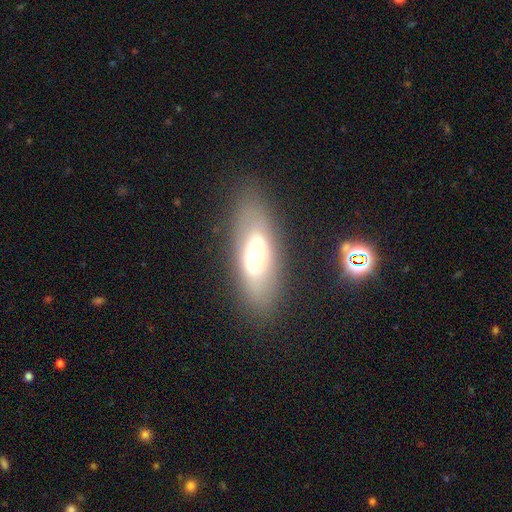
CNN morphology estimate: This is possibly a featured or disk galaxy (50%). Merging: likely none (80%).